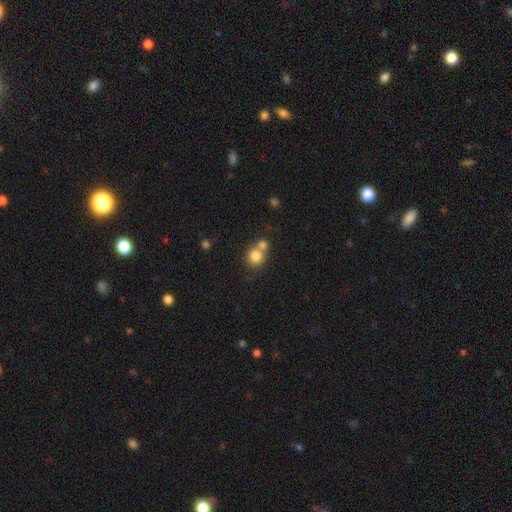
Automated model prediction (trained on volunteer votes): Smooth or featured? smooth (80%)
How rounded? round (84%)
Merging? none (45%, tied with merger)